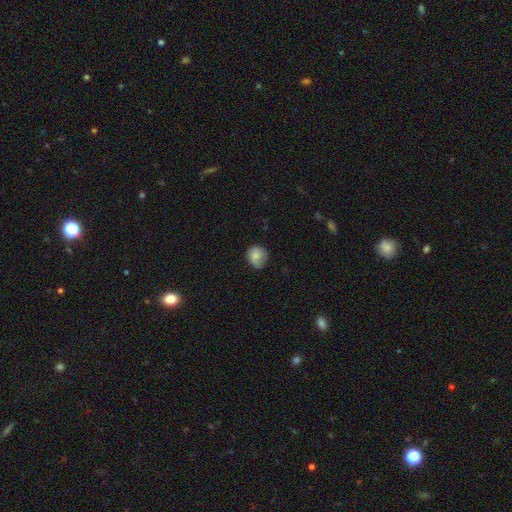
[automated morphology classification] Smooth or featured? smooth (78%)
How rounded? round (78%)
Merging? none (63%)